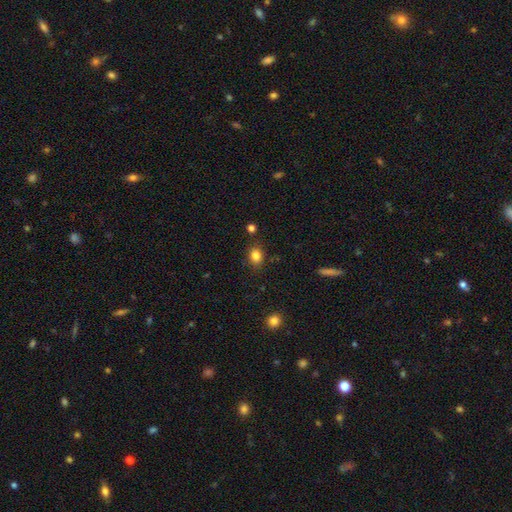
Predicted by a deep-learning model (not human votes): Morphology: type=smooth (83%); roundness=round (51%); merging=none (83%).